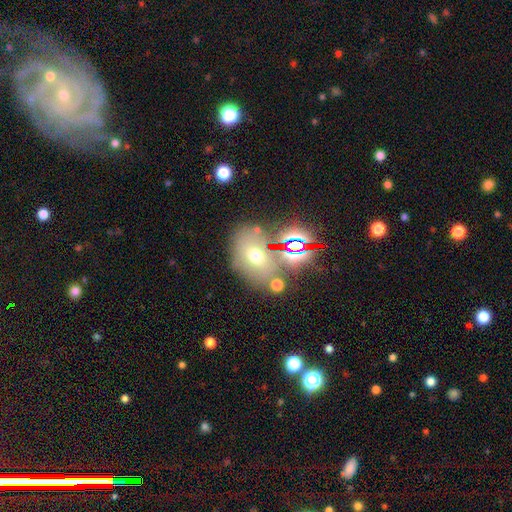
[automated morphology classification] Q: Smooth or featured?
A: smooth (58%); runner-up: star or artifact (24%)
Q: How rounded?
A: in between (66%); runner-up: round (32%)
Q: Merging?
A: none (64%); runner-up: merger (14%)